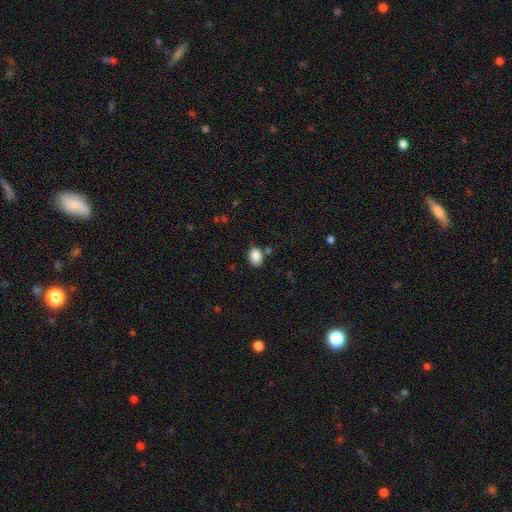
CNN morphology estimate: A smooth galaxy with no disk features (87%) that is in between round and cigar-shaped (84%).

Vote fractions:
- Smooth or featured? smooth: 87% / star or artifact: 8% / featured or disk: 5%
- How rounded? in between: 84% / round: 15% / cigar-shaped: 1%
- Merging? none: 77% / minor disturbance: 15% / merger: 5% / major disturbance: 3%